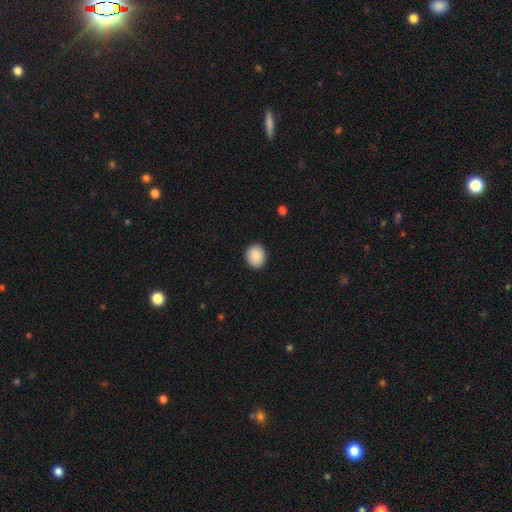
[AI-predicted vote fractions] Overall: smooth (89%). How rounded: round (67%; in between 32%). Merging: none (90%).